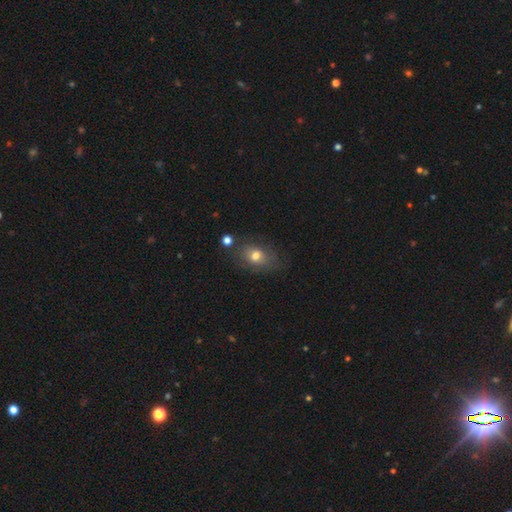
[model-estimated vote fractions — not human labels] A smooth galaxy with no disk features (72%) that is in between round and cigar-shaped (73%). Merging: none (68%).